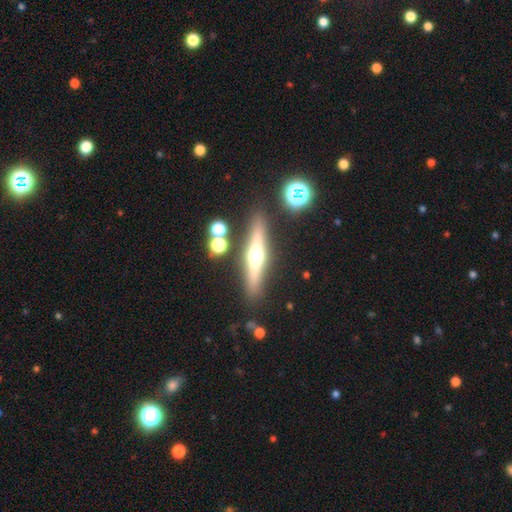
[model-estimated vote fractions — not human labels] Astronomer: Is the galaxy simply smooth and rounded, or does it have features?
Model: featured or disk — 66%.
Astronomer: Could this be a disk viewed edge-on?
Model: yes — 95%.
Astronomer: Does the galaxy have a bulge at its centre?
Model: rounded — 95%.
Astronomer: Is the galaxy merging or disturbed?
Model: none — 85%.